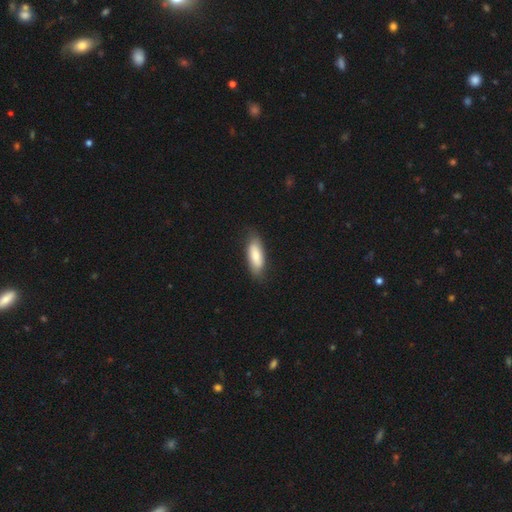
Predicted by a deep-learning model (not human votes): The model was most divided on "how rounded": in between: 68%, cigar-shaped: 30%, round: 2%. More confident: smooth or featured — smooth (79%); merging — none (79%).